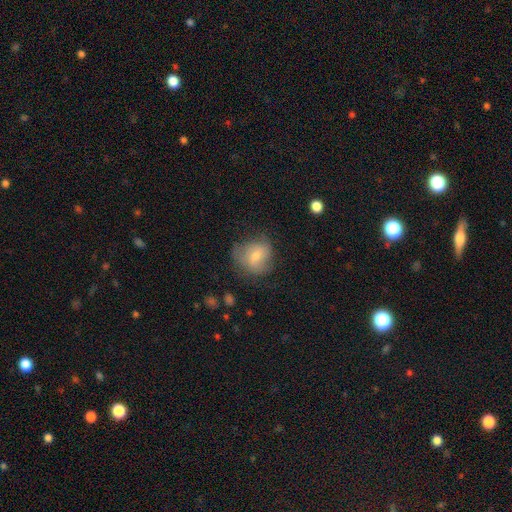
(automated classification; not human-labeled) Morphology: type=smooth (64%); roundness=round (71%); merging=none (55%).